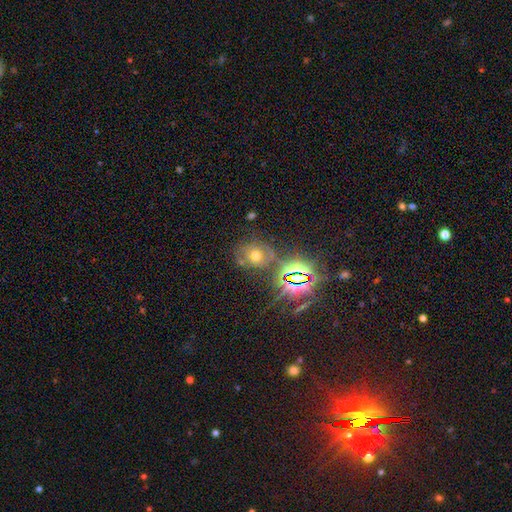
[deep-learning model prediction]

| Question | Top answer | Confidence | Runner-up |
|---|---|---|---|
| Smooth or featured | smooth | 41% | star or artifact (35%) |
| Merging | none | 67% | minor disturbance (17%) |